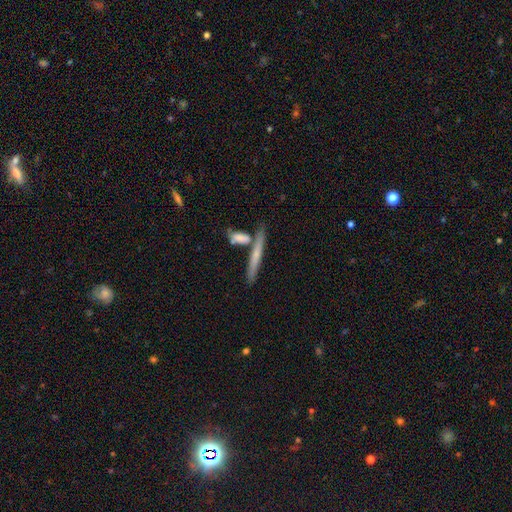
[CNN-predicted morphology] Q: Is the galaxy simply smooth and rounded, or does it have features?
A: smooth — 56%.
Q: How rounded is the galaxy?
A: cigar-shaped — 90%.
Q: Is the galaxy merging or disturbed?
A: none — 63%.